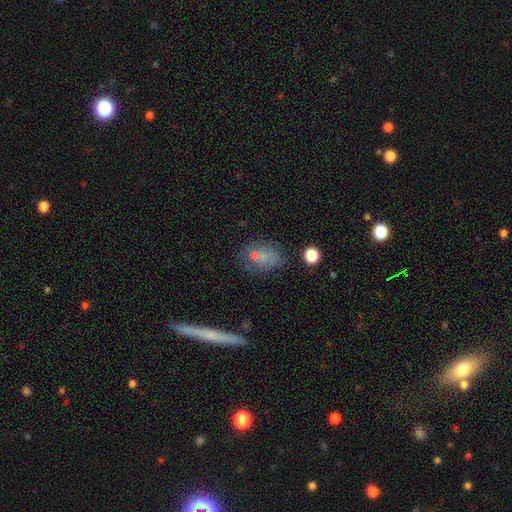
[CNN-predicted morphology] Overall: smooth (64%). How rounded: in between (63%; round 31%). Merging: none (70%).